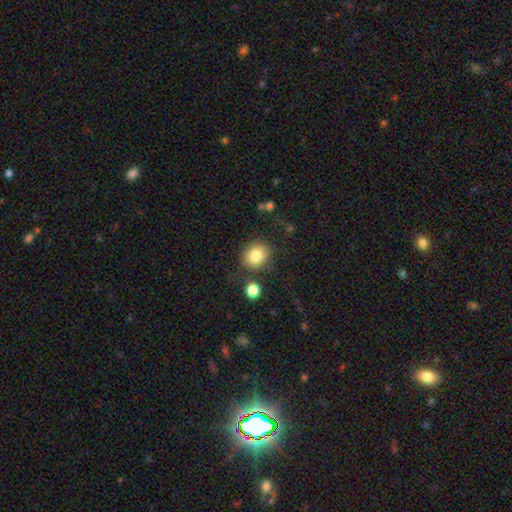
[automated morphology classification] This appears to be a smooth galaxy with no disk features (83%) that is round (67%). Merging: none (78%).